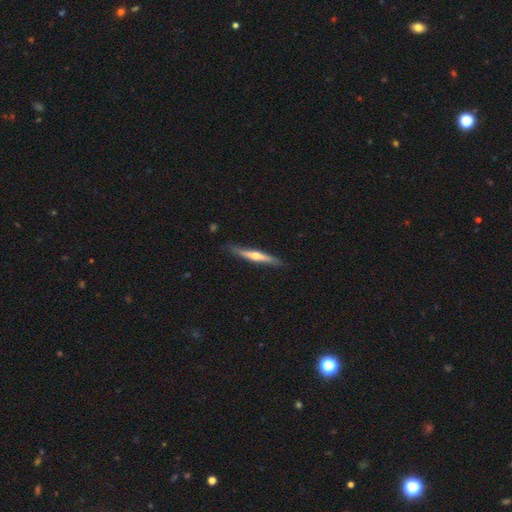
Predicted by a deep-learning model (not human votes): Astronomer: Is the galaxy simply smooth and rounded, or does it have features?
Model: featured or disk — 59% (runner-up: smooth, 36%).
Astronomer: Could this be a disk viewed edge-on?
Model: yes — 95%.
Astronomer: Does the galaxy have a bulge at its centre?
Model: rounded — 85%.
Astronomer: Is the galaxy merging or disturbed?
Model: none — 85%.